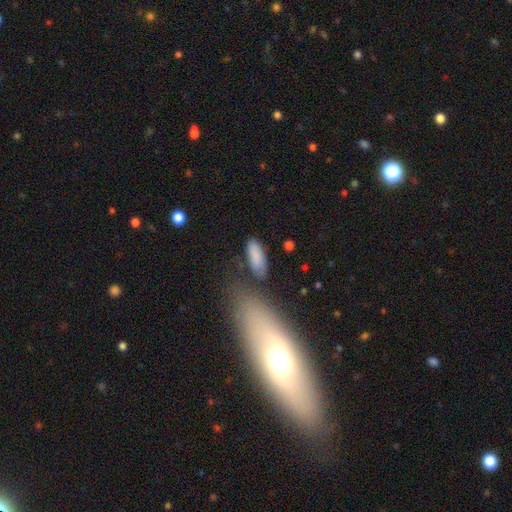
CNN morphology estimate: The model was most divided on "merging": none: 70%, minor disturbance: 18%, merger: 7%, major disturbance: 6%. More confident: smooth or featured — smooth (83%); how rounded — in between (77%).